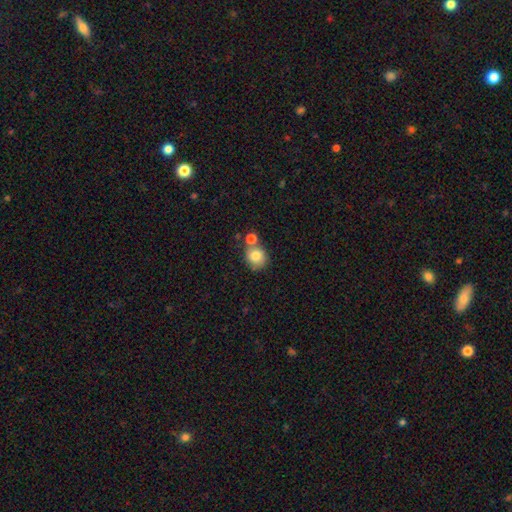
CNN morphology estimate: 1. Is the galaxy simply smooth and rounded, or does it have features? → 80% smooth, 11% featured or disk, 9% star or artifact.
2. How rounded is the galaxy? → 82% round, 18% in between, 1% cigar-shaped.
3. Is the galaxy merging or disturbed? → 55% none, 29% merger, 12% minor disturbance, 4% major disturbance.